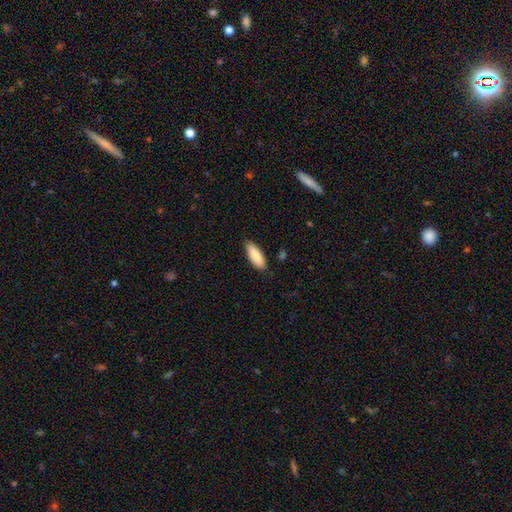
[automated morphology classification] Smooth or featured? smooth (86%)
How rounded? in between (65%)
Merging? none (86%)